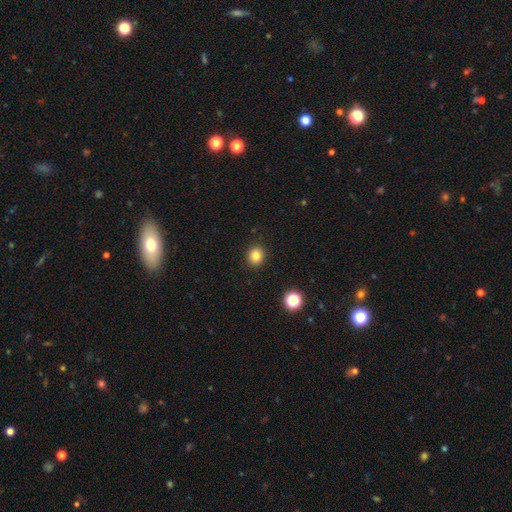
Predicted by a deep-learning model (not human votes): Smooth or featured? Predicted: smooth (p=0.82). How rounded? Predicted: round (p=0.78). Merging? Predicted: none (p=0.91).